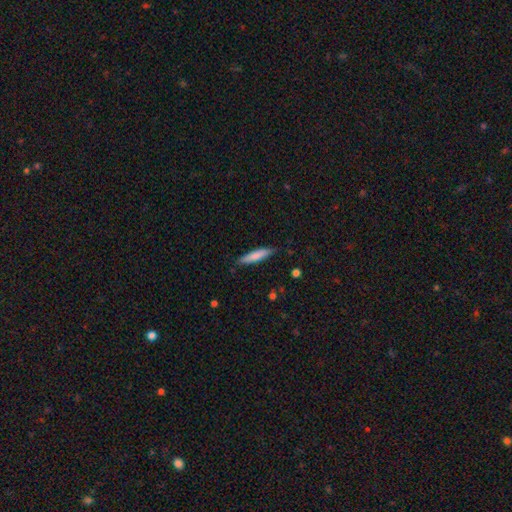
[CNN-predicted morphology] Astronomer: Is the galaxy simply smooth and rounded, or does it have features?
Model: smooth — 78%.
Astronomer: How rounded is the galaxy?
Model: cigar-shaped — 86%.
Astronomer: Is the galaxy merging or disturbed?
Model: none — 85%.